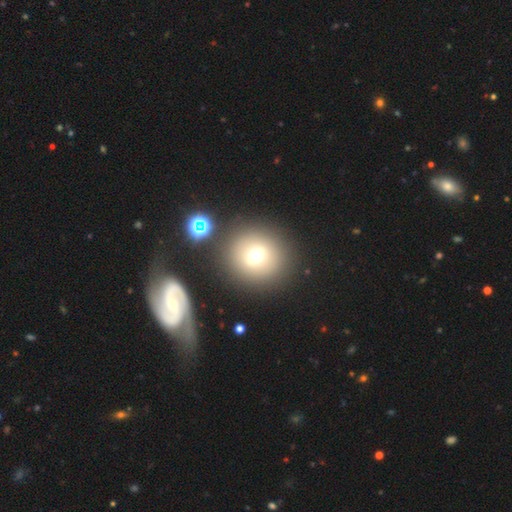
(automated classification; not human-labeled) Smooth or featured: smooth — 62% (featured or disk — 20%)
How rounded: round — 84% (in between — 15%)
Merging: none — 79% (minor disturbance — 9%)